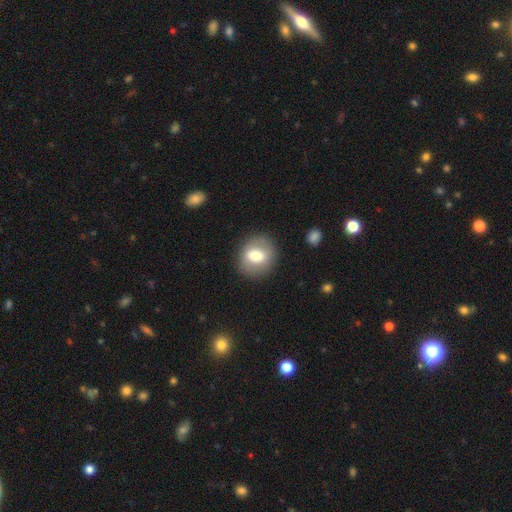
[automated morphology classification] Overall: smooth (68%). How rounded: round (68%; in between 31%). Merging: none (84%).